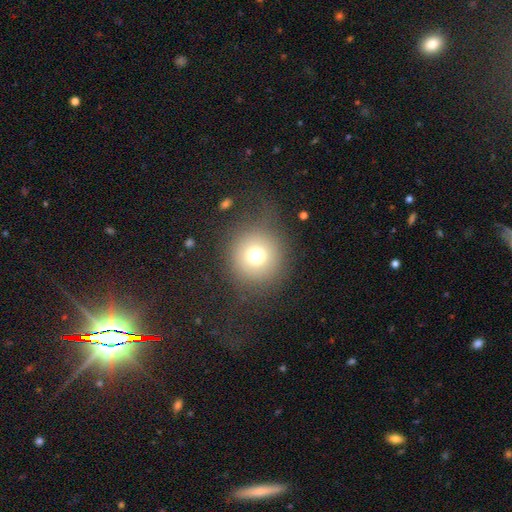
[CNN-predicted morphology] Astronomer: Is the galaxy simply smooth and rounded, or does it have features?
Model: smooth — 72%.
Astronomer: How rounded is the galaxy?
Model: round — 92%.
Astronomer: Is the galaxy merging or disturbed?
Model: none — 73%.